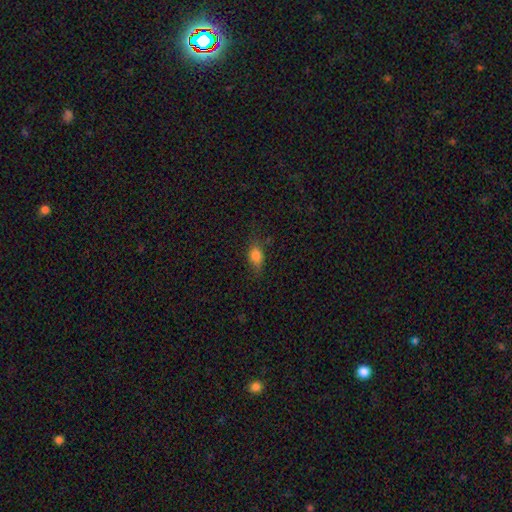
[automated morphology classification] This appears to be a smooth galaxy with no disk features (80%) that is in between round and cigar-shaped (75%). Merging: none (67%).